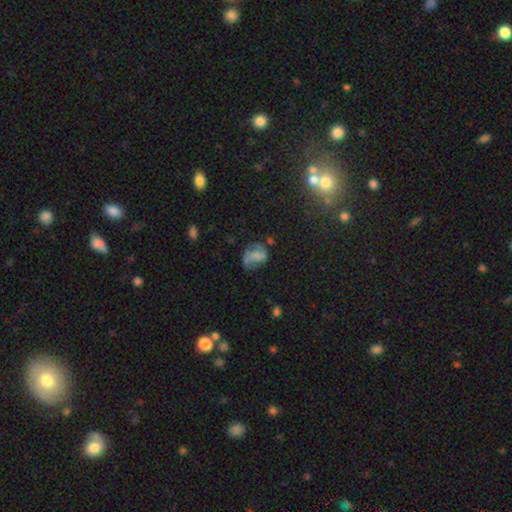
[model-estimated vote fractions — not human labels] A smooth galaxy with no disk features (50%) that is in between round and cigar-shaped (65%). Merging: none (35%).